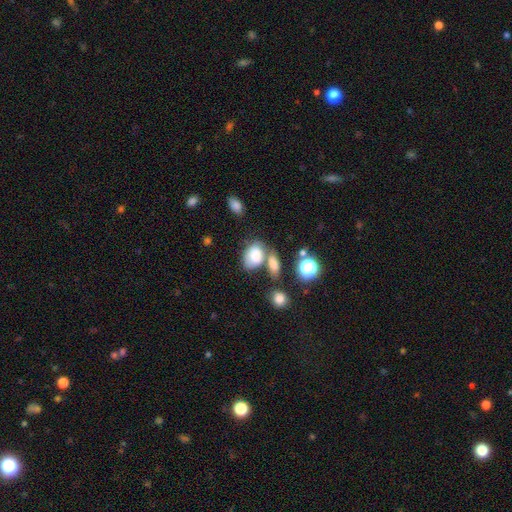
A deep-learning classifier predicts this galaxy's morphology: Smooth or featured?
  - smooth: 78% *
  - featured or disk: 13%
  - star or artifact: 9%
How rounded?
  - in between: 83% *
  - round: 16%
  - cigar-shaped: 1%
Merging?
  - none: 40% *
  - merger: 34%
  - minor disturbance: 17%
  - major disturbance: 9%